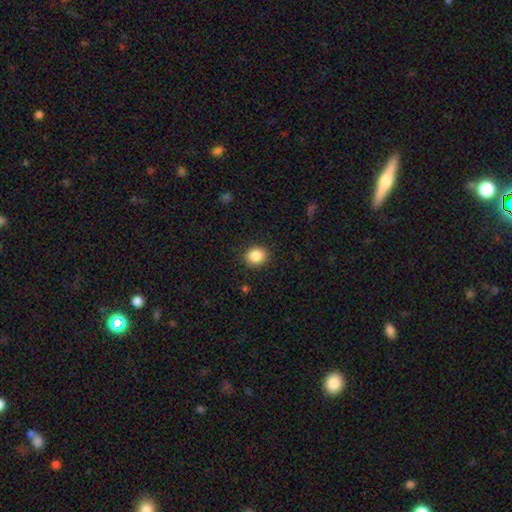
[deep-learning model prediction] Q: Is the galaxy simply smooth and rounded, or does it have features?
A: smooth — 87%.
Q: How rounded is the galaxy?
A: round — 74%.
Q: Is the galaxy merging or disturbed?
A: none — 90%.